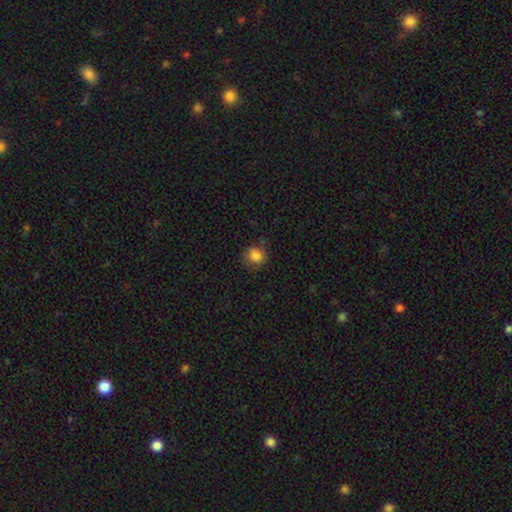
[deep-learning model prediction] Smooth or featured? smooth (84%)
How rounded? round (83%)
Merging? none (78%)